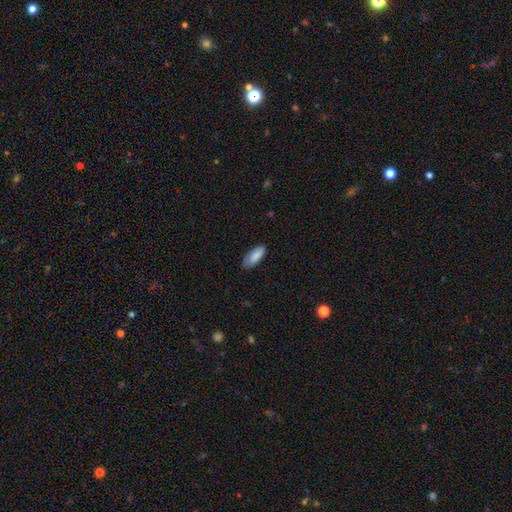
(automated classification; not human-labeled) A smooth galaxy with no disk features (86%) that is in between round and cigar-shaped (76%). Merging: none (80%).